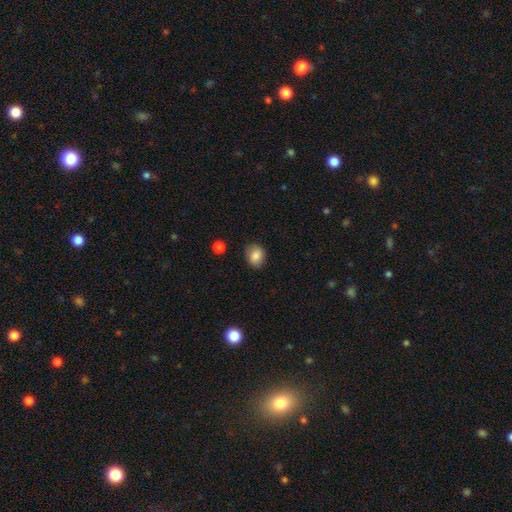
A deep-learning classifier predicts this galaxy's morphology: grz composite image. It shows a smooth galaxy with no disk features (85%) that is in between round and cigar-shaped (50%). Merging: none (79%).